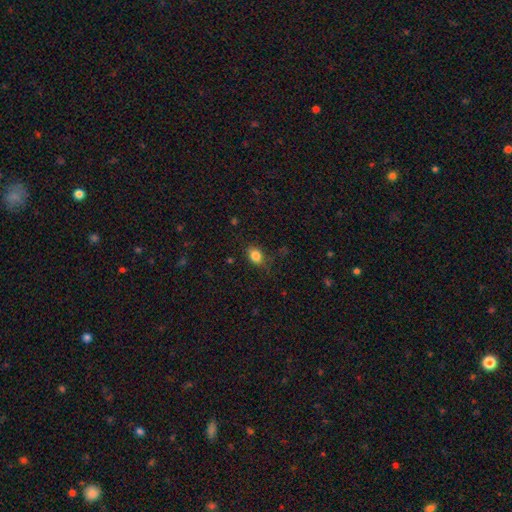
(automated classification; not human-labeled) Q: Smooth or featured?
A: smooth (83%); runner-up: star or artifact (11%)
Q: How rounded?
A: in between (67%); runner-up: round (32%)
Q: Merging?
A: none (77%); runner-up: minor disturbance (17%)